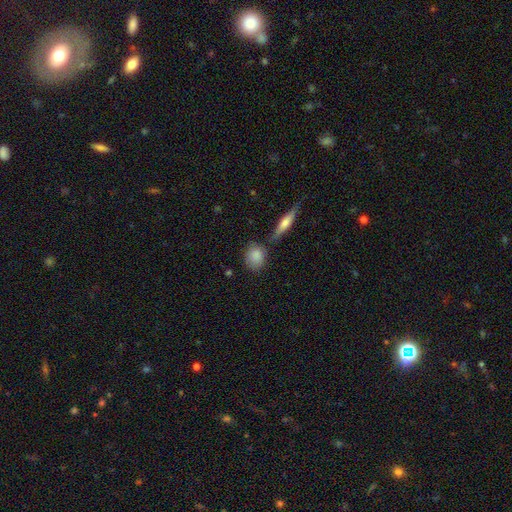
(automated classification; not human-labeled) A smooth galaxy with no disk features (84%) that is round (52%).

Vote fractions:
- Smooth or featured? smooth: 84% / featured or disk: 9% / star or artifact: 7%
- How rounded? round: 52% / in between: 43% / cigar-shaped: 5%
- Merging? none: 68% / minor disturbance: 18% / merger: 9% / major disturbance: 4%